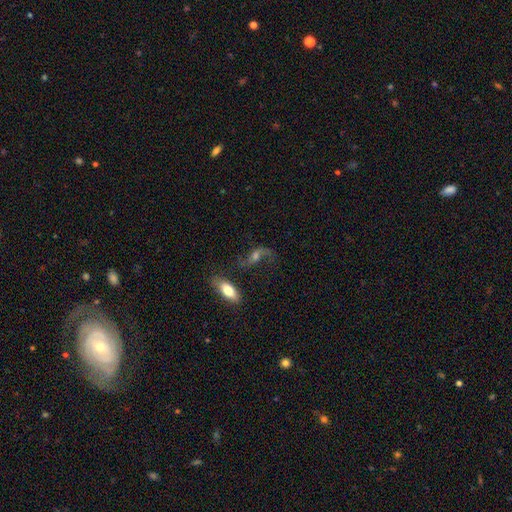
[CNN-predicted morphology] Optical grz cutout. It shows a featured or disk galaxy (69%) with no bar (56%), 2 (86%) loose (85%) spiral arms (88%) and a moderate central bulge (45%). Merging: none (56%).